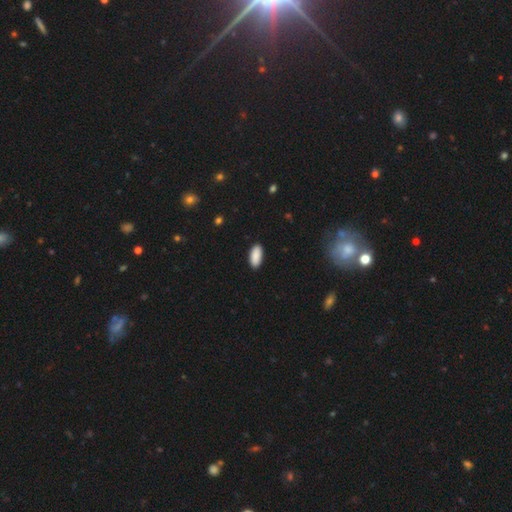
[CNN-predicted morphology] type=smooth (91%); roundness=in between (90%); merging=none (90%).